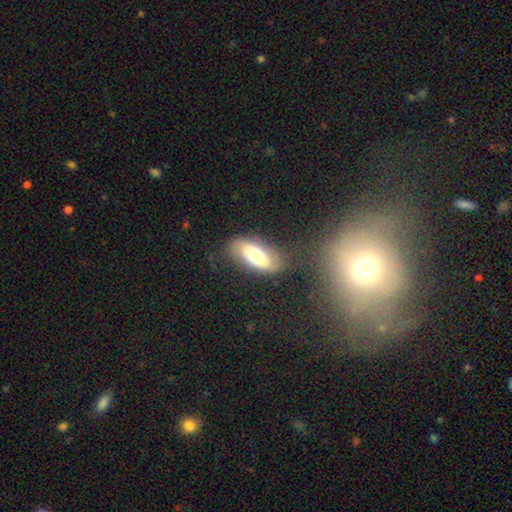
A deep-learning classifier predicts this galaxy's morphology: A smooth galaxy with no disk features (66%) that is in between round and cigar-shaped (86%).

Vote fractions:
- Smooth or featured? smooth: 66% / featured or disk: 27% / star or artifact: 7%
- How rounded? in between: 86% / cigar-shaped: 11% / round: 3%
- Merging? none: 74% / minor disturbance: 17% / major disturbance: 6% / merger: 3%